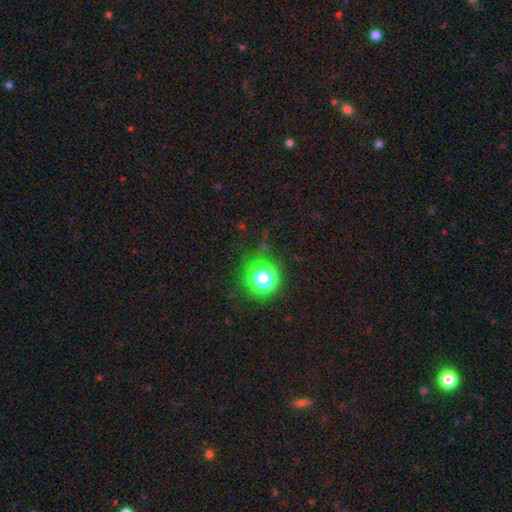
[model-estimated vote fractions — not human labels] star or artifact 64%, smooth 30%, featured or disk 5%.